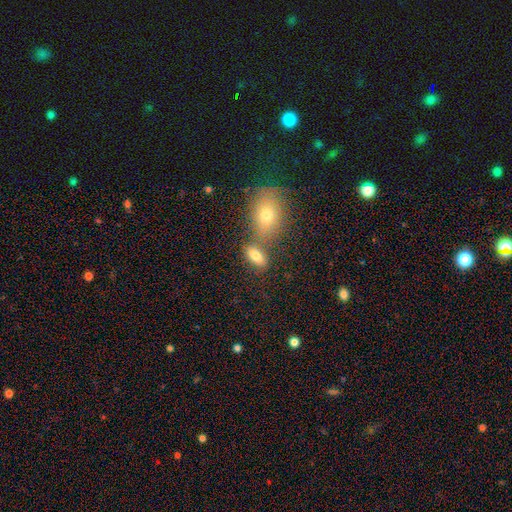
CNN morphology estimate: Smooth or featured: smooth — 77% (featured or disk — 12%)
How rounded: in between — 86% (round — 8%)
Merging: none — 59% (merger — 24%)